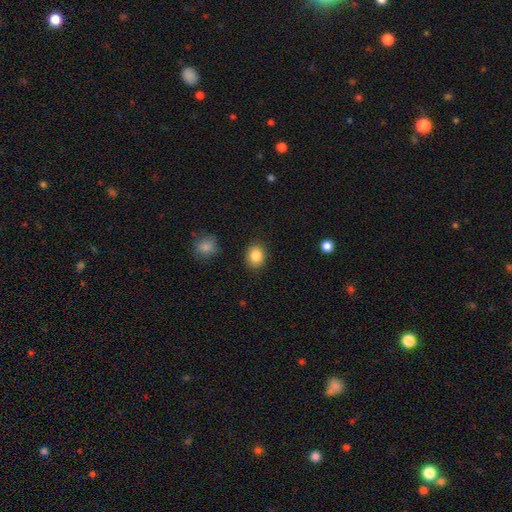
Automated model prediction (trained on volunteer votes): Smooth or featured?
  - smooth: 86% *
  - star or artifact: 9%
  - featured or disk: 5%
How rounded?
  - round: 61% *
  - in between: 39%
  - cigar-shaped: 1%
Merging?
  - none: 87% *
  - minor disturbance: 9%
  - major disturbance: 3%
  - merger: 2%